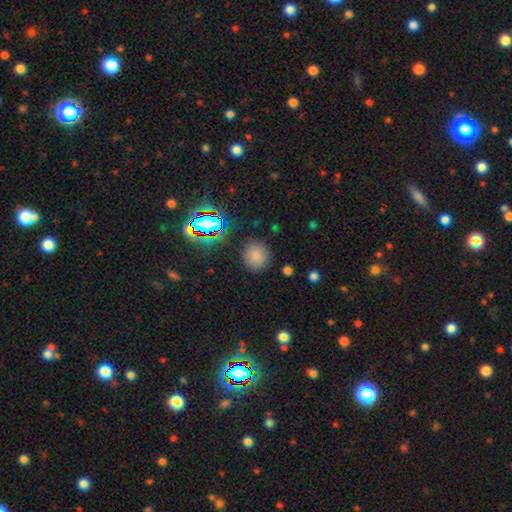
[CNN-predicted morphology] A smooth galaxy with no disk features (76%) that is round (84%). Merging: none (86%).